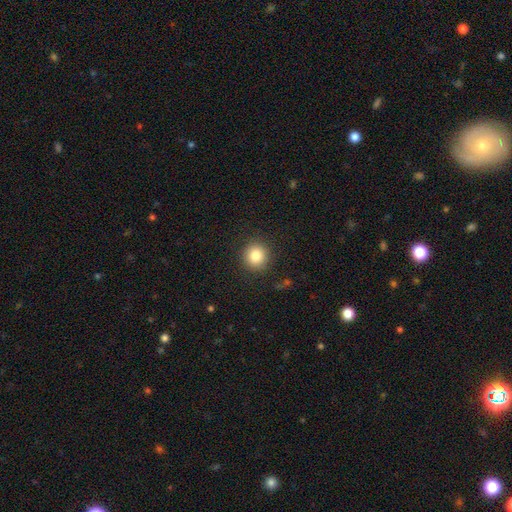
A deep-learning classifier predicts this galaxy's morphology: This is clearly a smooth galaxy (84%). How rounded: clearly round (91%). Merging: clearly none (89%).